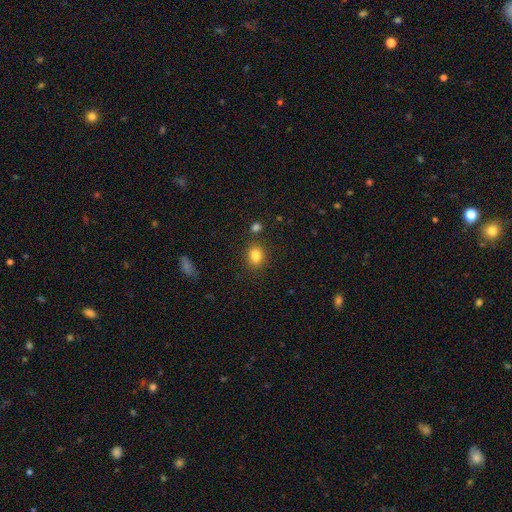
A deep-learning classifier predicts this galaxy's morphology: This appears to be a smooth galaxy with no disk features (84%) that is round (52%). Merging: none (83%).